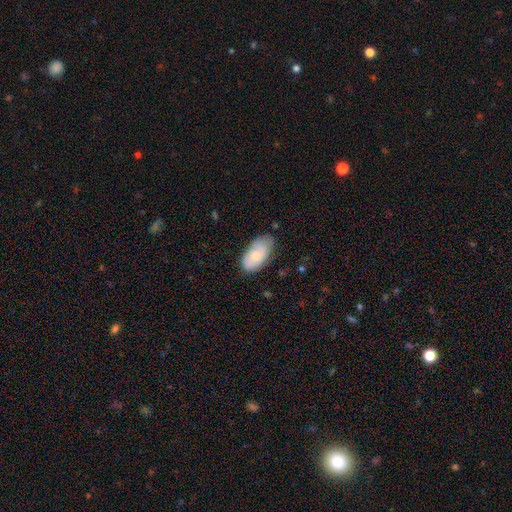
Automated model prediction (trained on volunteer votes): Morphology: type=smooth (68%); roundness=in between (94%); merging=none (66%).